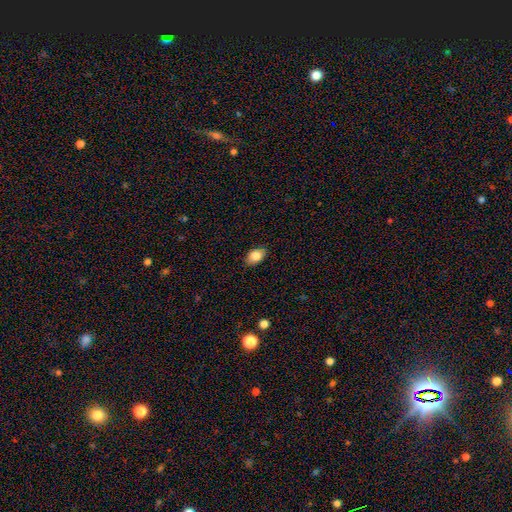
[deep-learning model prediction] Morphology: type=smooth (83%); roundness=in between (83%); merging=none (84%).